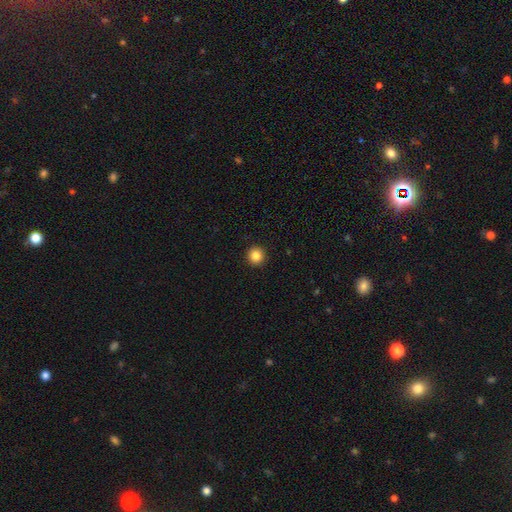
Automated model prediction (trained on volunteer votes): Morphology: type=smooth (86%); roundness=round (95%); merging=none (93%).